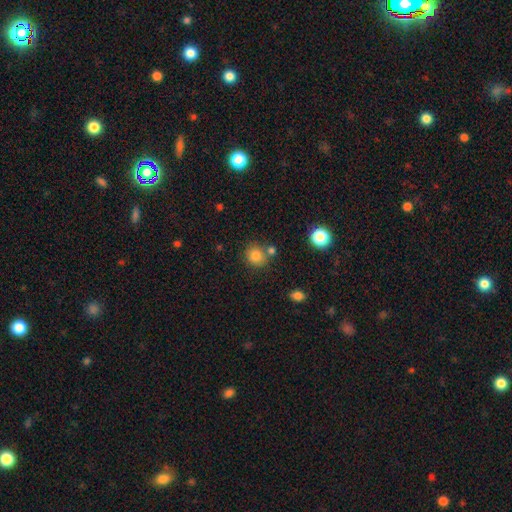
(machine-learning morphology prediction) This appears to be a smooth galaxy with no disk features (81%) that is round (85%). Merging: none (70%).